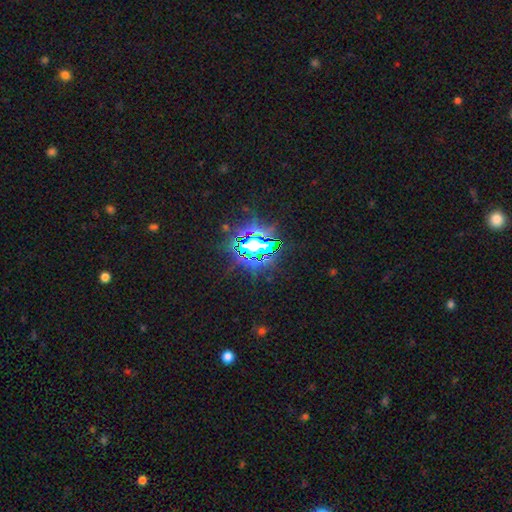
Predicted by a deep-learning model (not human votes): Overall: star or artifact (83%).